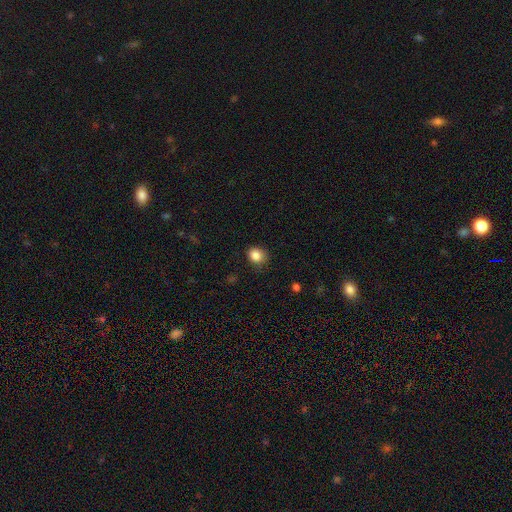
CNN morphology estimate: This is clearly a smooth galaxy (86%). How rounded: likely round (68%). Merging: likely none (78%).